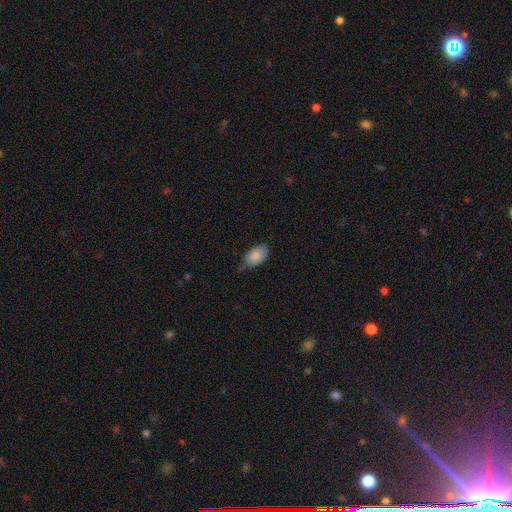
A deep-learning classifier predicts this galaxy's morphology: smooth 85%, featured or disk 8%, star or artifact 7%. Down the decision tree: how rounded — in between (91%); merging — none (53%).